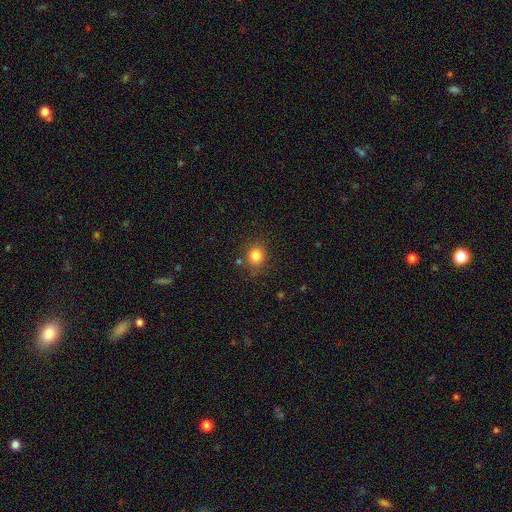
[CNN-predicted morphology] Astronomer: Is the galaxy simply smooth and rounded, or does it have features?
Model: smooth — 82%.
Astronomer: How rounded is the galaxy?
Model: round — 74%.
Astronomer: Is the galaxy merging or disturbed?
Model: none — 80%.